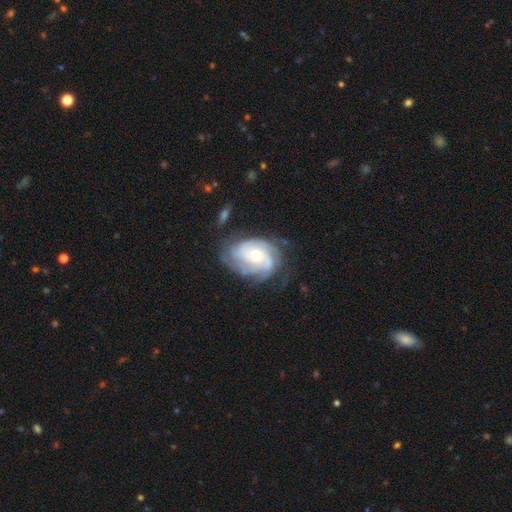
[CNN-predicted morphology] Smooth or featured? Predicted: featured or disk (p=0.81). Edge-on disk? Predicted: no (p=0.97). Bar? Predicted: no (p=0.73). Spiral arms? Predicted: yes (p=0.94). Spiral winding? Predicted: tight (p=0.62). Spiral arm count? Predicted: can't tell (p=0.33). Bulge size? Predicted: moderate (p=0.48). Merging? Predicted: none (p=0.65).